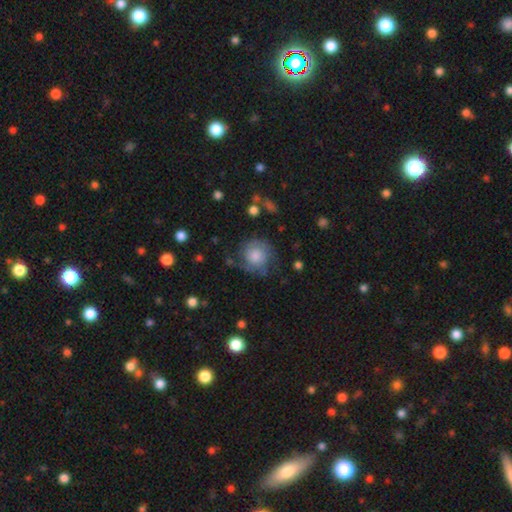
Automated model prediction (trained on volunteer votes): smooth-or-featured: featured or disk: 56% | smooth: 37% | star or artifact: 8%
  disk-edge-on: no: 98% | yes: 2%
    bar: no: 77% | weak: 20% | strong: 3%
    has-spiral-arms: yes: 88% | no: 12%
    bulge-size: moderate: 37% | large: 27% | small: 22% | none: 10% | dominant: 4%
  merging: none: 62% | minor disturbance: 21% | major disturbance: 15% | merger: 2%